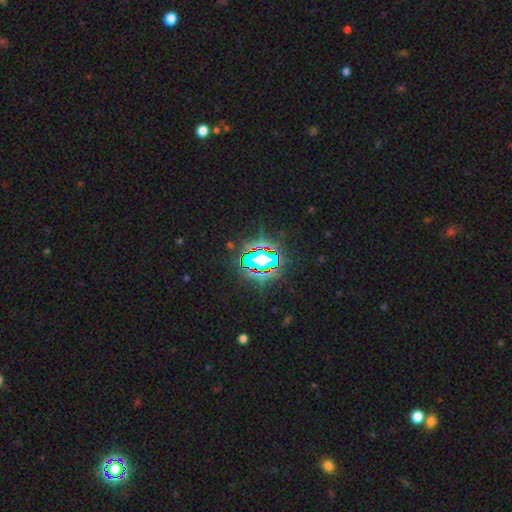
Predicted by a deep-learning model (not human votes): Morphology: type=star or artifact (81%).